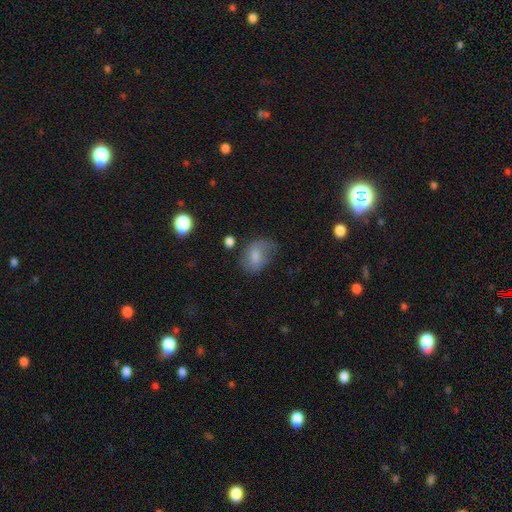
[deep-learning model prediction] This is likely a smooth galaxy (74%). How rounded: clearly in between (81%). Merging: possibly none (53%).